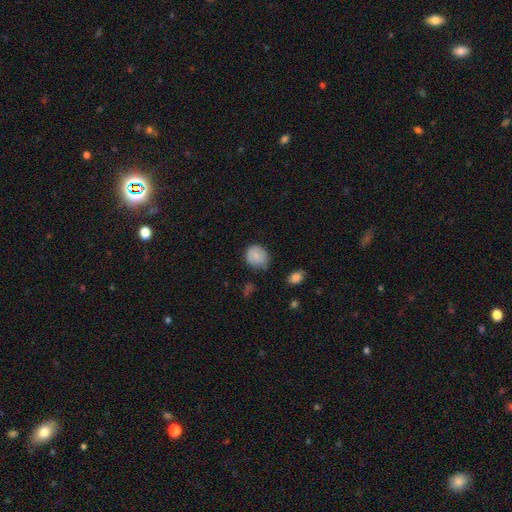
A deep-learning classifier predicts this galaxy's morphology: type=smooth (79%); roundness=round (71%); merging=none (66%).